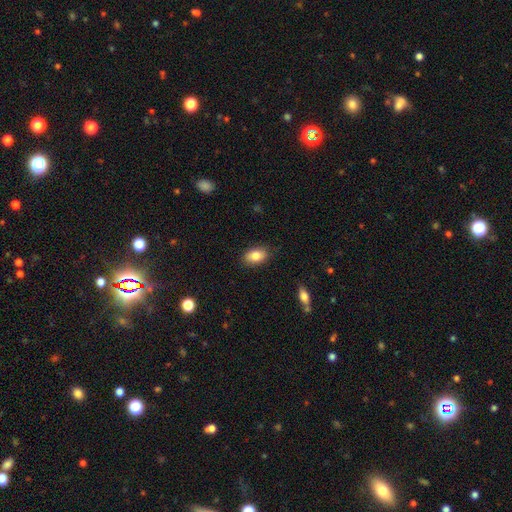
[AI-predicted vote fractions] This appears to be a smooth galaxy with no disk features (83%) that is in between round and cigar-shaped (88%). Merging: none (85%).